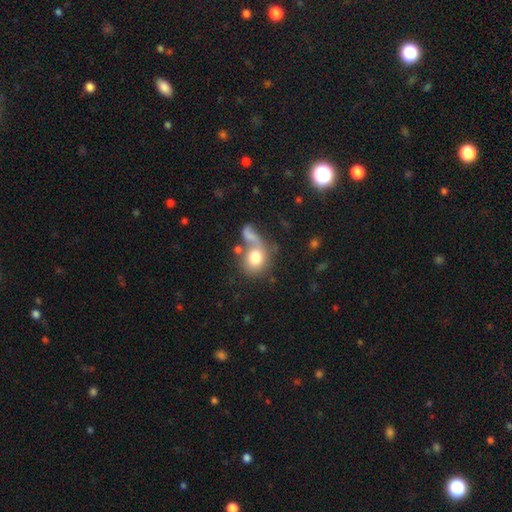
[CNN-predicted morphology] Q: Smooth or featured?
A: smooth (74%); runner-up: featured or disk (17%)
Q: How rounded?
A: round (62%); runner-up: in between (36%)
Q: Merging?
A: merger (38%); runner-up: none (33%)